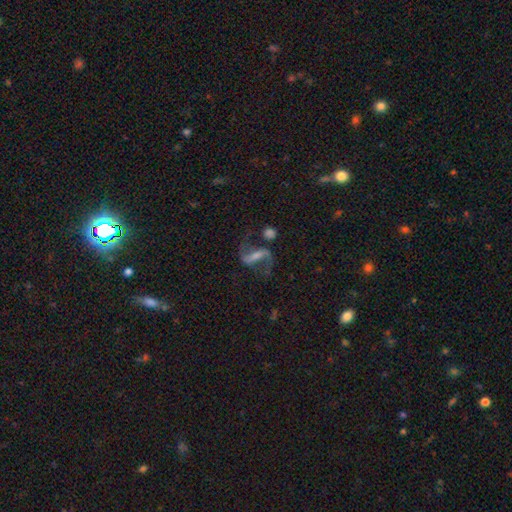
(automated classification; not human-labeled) smooth_or_featured: featured or disk (p=0.81) [alt: smooth p=0.10]
disk_edge_on: no (p=0.94) [alt: yes p=0.06]
bar: strong (p=0.57) [alt: weak p=0.30]
has_spiral_arms: yes (p=0.93) [alt: no p=0.07]
spiral_winding: loose (p=0.66) [alt: medium p=0.28]
spiral_arm_count: 2 (p=0.92) [alt: 1 p=0.03]
bulge_size: small (p=0.40) [alt: moderate p=0.29]
merging: none (p=0.67) [alt: major disturbance p=0.14]